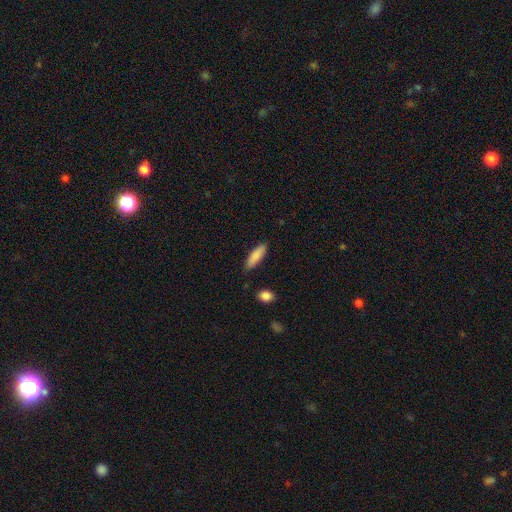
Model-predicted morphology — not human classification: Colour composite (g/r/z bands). It shows a smooth galaxy with no disk features (86%) that is cigar-shaped (50%). Merging: none (85%).